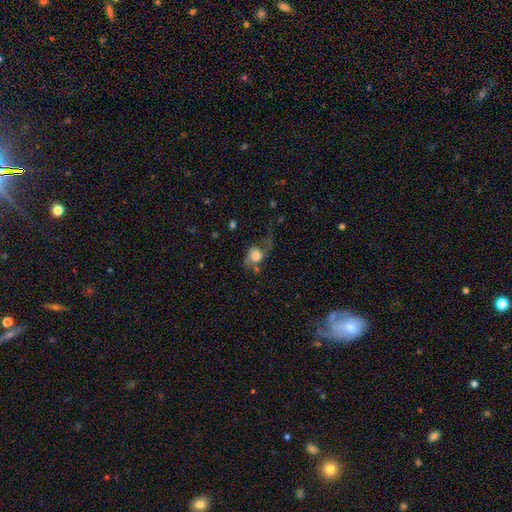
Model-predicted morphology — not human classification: A featured or disk galaxy (49%). Merging: major disturbance (40%).